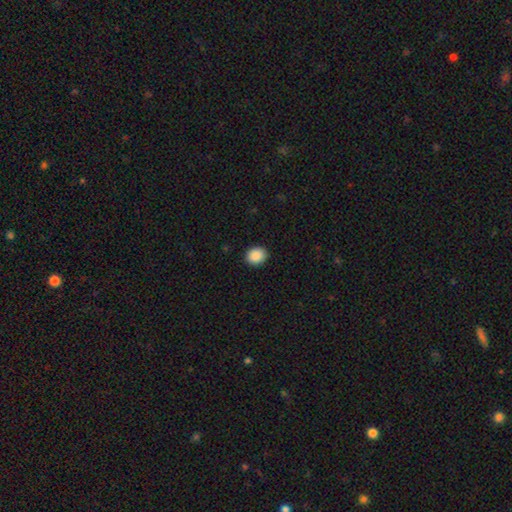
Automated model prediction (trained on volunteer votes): smooth 90%, star or artifact 8%, featured or disk 2%. Down the decision tree: how rounded — round (62%); merging — none (91%).